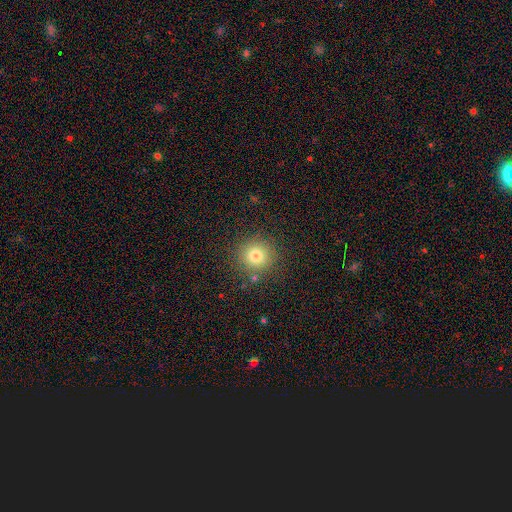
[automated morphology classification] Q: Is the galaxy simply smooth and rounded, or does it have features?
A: smooth — 78%.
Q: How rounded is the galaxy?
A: round — 94%.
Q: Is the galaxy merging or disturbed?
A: none — 87%.